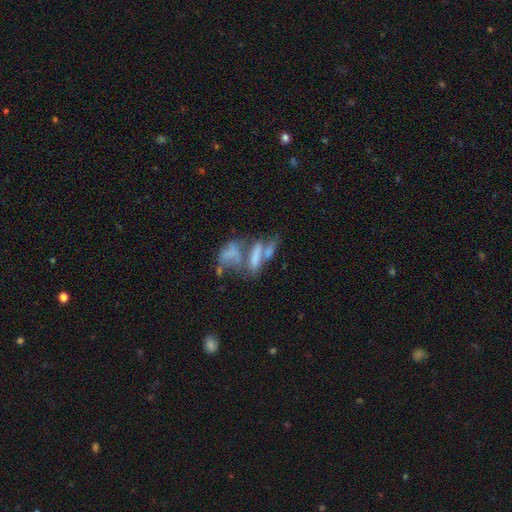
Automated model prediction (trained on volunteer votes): Smooth or featured? Predicted: smooth (p=0.45). Merging? Predicted: merger (p=0.62).